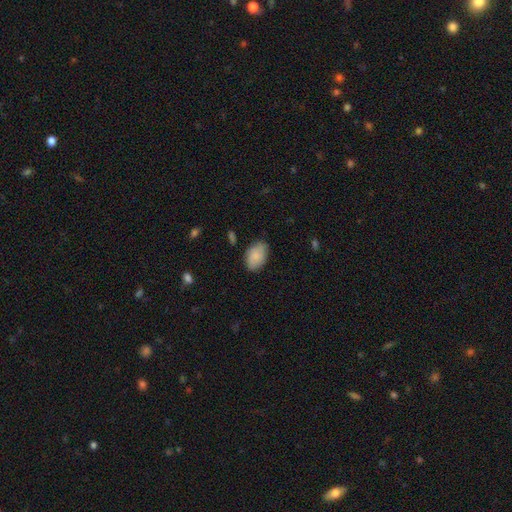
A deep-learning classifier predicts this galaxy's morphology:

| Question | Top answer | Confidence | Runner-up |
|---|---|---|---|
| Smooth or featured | smooth | 86% | featured or disk (8%) |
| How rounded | in between | 89% | round (10%) |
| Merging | none | 75% | minor disturbance (20%) |